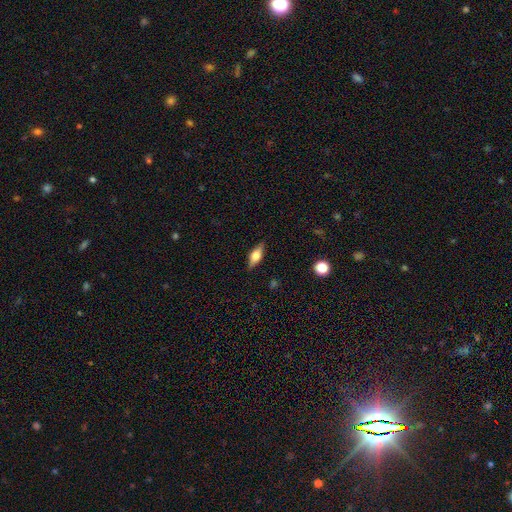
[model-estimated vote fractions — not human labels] Smooth or featured? smooth (59%)
How rounded? in between (71%)
Merging? none (84%)